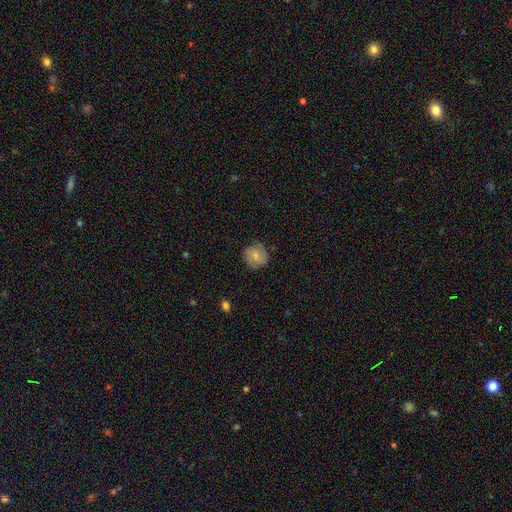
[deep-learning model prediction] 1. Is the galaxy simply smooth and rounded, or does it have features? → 64% smooth, 28% featured or disk, 8% star or artifact.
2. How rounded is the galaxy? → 87% round, 12% in between, 1% cigar-shaped.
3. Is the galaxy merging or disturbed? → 78% none, 17% minor disturbance, 4% major disturbance, 1% merger.